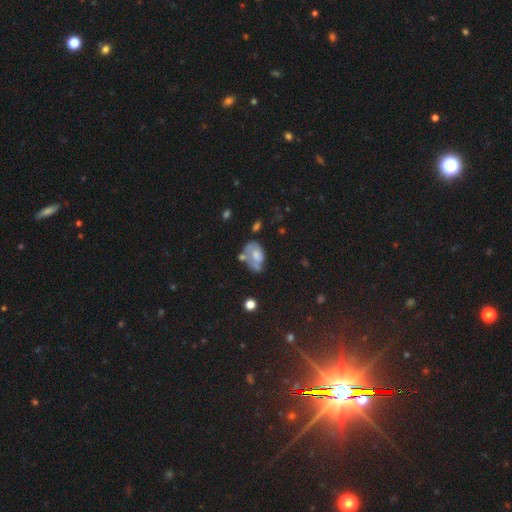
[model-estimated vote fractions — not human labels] Q: Smooth or featured?
A: featured or disk (46%); runner-up: smooth (44%)
Q: Merging?
A: major disturbance (27%); tied with: minor disturbance (27%); none (27%)